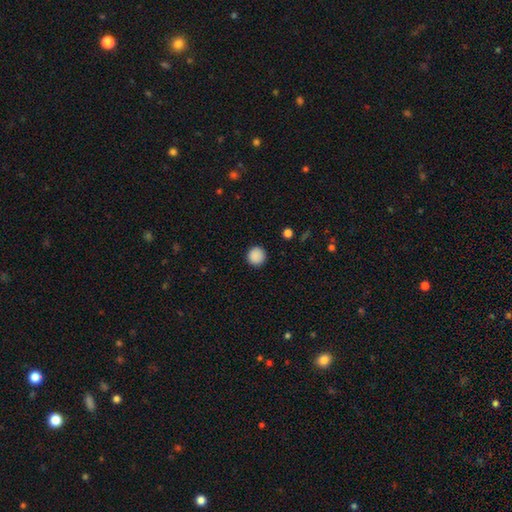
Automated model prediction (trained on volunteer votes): smooth_or_featured: smooth (p=0.89) [alt: star or artifact p=0.09]
how_rounded: round (p=0.96) [alt: in between p=0.03]
merging: none (p=0.92) [alt: minor disturbance p=0.05]